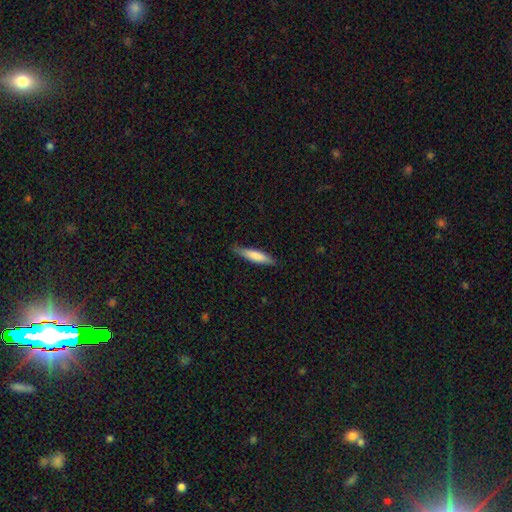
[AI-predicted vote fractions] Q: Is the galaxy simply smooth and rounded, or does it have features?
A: smooth — 75%.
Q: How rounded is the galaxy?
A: cigar-shaped — 82%.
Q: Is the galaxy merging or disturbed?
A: none — 81%.